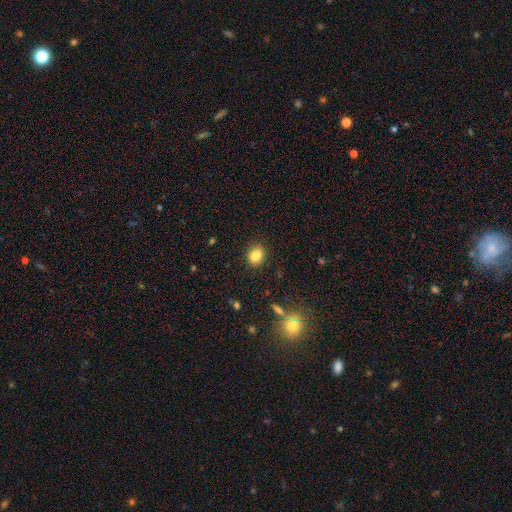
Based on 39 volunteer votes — Smooth or featured?
  - smooth: 79% *
  - featured or disk: 10%
  - star or artifact: 10%
How rounded?
  - round: 58% *
  - in between: 39%
  - cigar-shaped: 3%
Merging?
  - none: 60% *
  - merger: 31%
  - minor disturbance: 9%
  - major disturbance: 0%